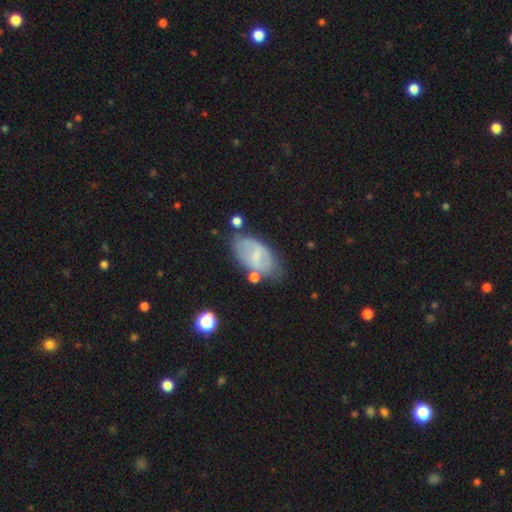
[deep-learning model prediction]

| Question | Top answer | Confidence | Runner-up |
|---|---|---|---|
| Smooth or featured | smooth | 48% | featured or disk (44%) |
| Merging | none | 61% | minor disturbance (24%) |